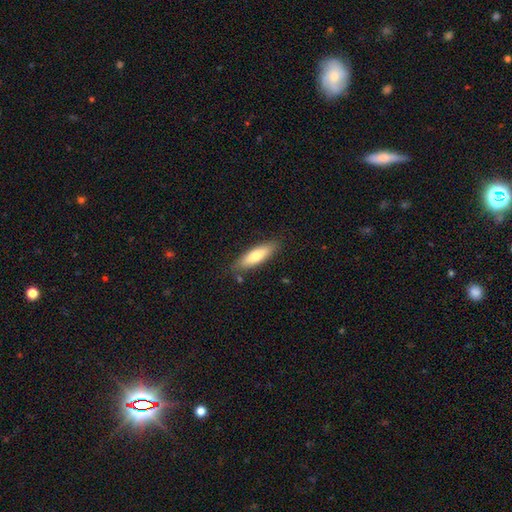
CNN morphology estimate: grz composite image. It shows a smooth galaxy with no disk features (75%) that is cigar-shaped (56%). Merging: none (84%).